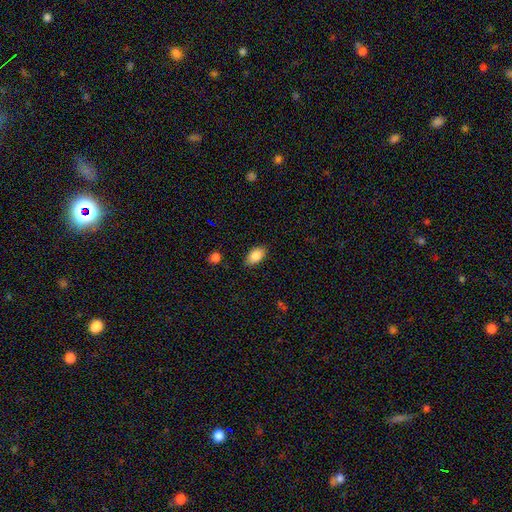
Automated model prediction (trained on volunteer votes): Q: Smooth or featured?
A: smooth (85%); runner-up: star or artifact (7%)
Q: How rounded?
A: in between (92%); runner-up: round (5%)
Q: Merging?
A: none (85%); runner-up: minor disturbance (12%)